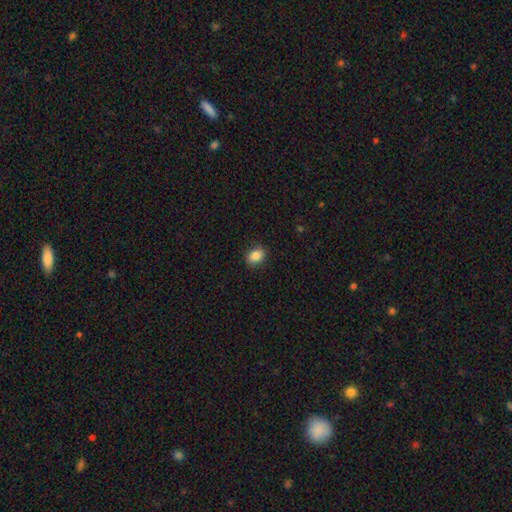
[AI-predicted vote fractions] Smooth or featured: smooth — 86% (star or artifact — 9%)
How rounded: in between — 60% (round — 39%)
Merging: none — 88% (minor disturbance — 9%)